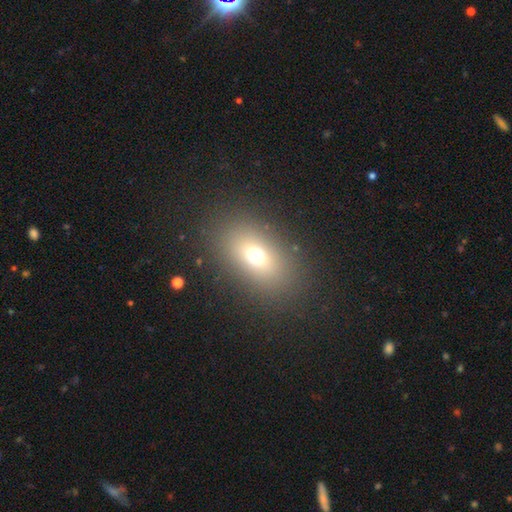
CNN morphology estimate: smooth 67%, star or artifact 18%, featured or disk 14%. Down the decision tree: how rounded — in between (72%); merging — none (84%).